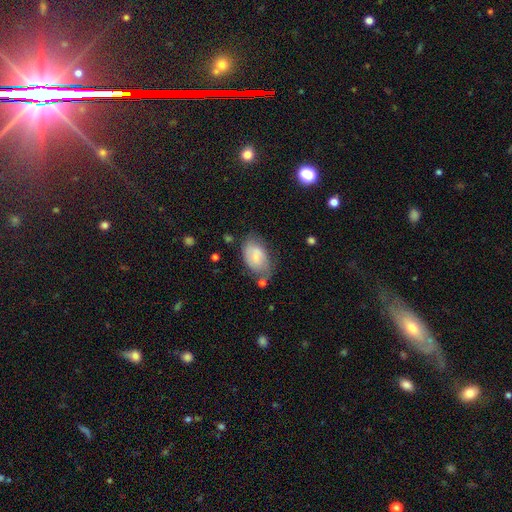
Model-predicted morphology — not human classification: The model was most divided on "merging": none: 55%, minor disturbance: 27%, major disturbance: 9%, merger: 8%. More confident: how rounded — in between (92%); smooth or featured — smooth (61%).